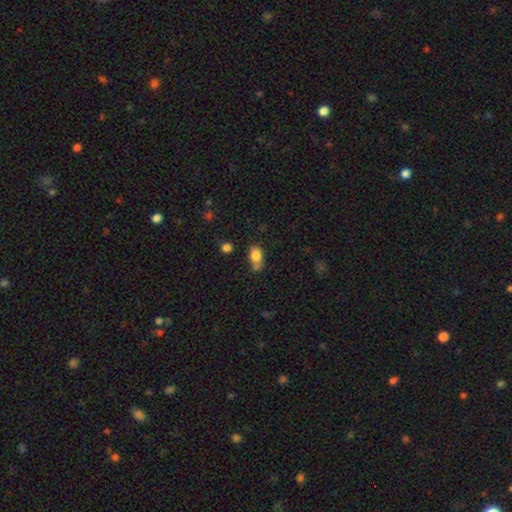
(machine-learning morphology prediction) type=smooth (82%); roundness=in between (76%); merging=none (46%).